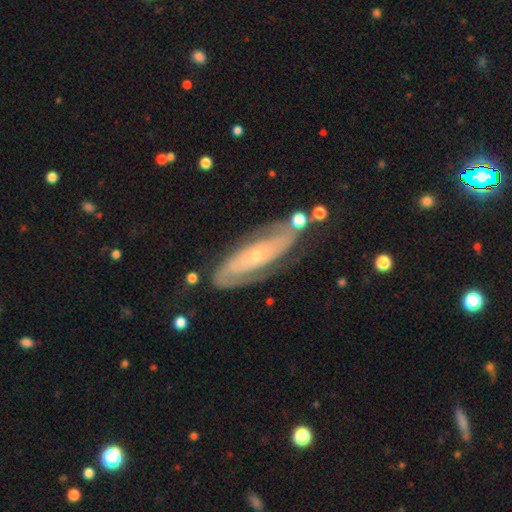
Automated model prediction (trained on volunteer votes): Morphology: type=featured or disk (84%); edge-on=no (88%); bar=no (74%); spiral arms=yes (92%); winding=tight (64%); arm count=2 (65%); bulge=small (83%); merging=none (74%).